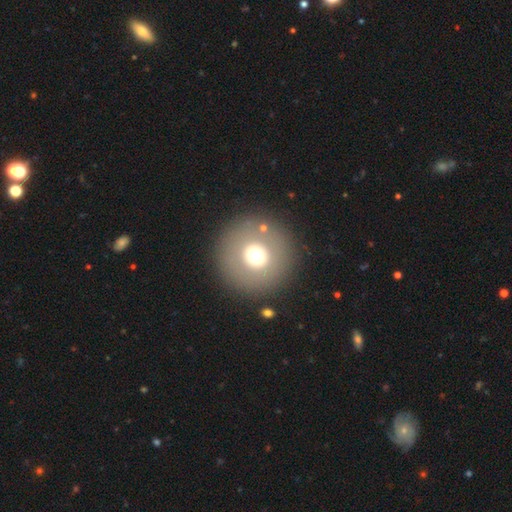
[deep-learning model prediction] This appears to be a smooth galaxy with no disk features (66%) that is round (96%). Merging: none (87%).